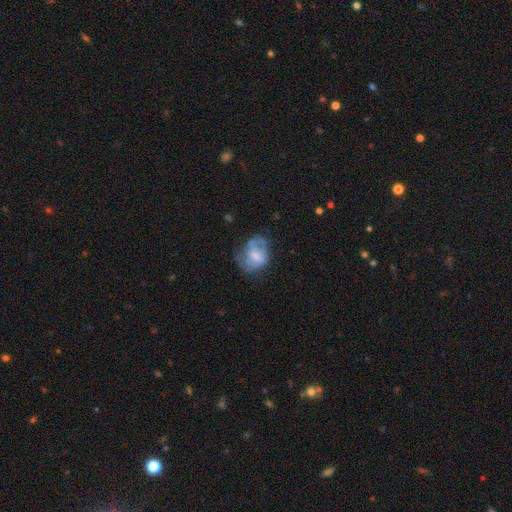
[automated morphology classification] Smooth or featured: featured or disk — 47% (smooth — 44%)
Merging: none — 41% (minor disturbance — 29%)